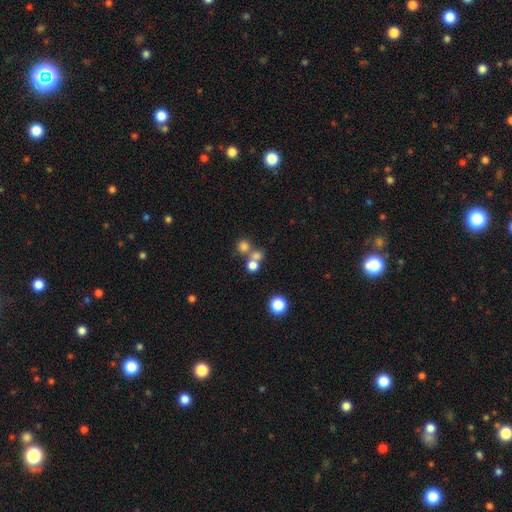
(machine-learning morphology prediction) A smooth galaxy with no disk features (49%).

Vote fractions:
- Smooth or featured? smooth: 49% / star or artifact: 36% / featured or disk: 16%
- Merging? none: 53% / merger: 36% / minor disturbance: 7% / major disturbance: 5%